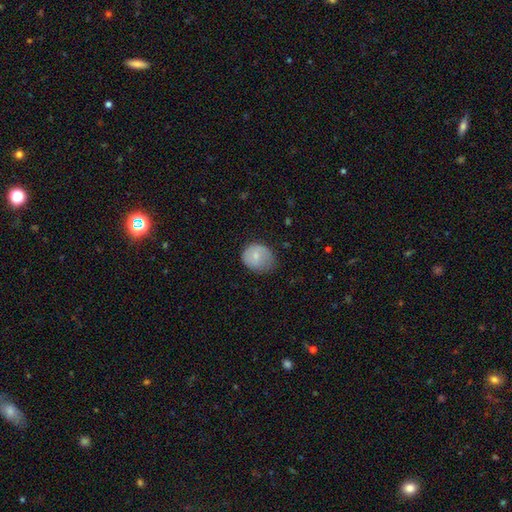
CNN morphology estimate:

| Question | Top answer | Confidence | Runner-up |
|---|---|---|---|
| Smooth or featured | smooth | 73% | featured or disk (20%) |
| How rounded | round | 63% | in between (36%) |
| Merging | none | 52% | minor disturbance (35%) |